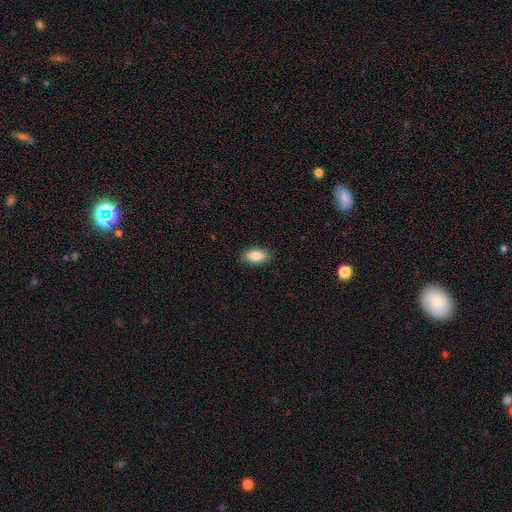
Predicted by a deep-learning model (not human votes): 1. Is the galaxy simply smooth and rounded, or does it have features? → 83% smooth, 9% featured or disk, 7% star or artifact.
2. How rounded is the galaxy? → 90% in between, 5% round, 5% cigar-shaped.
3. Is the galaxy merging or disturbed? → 87% none, 10% minor disturbance, 2% major disturbance, 1% merger.